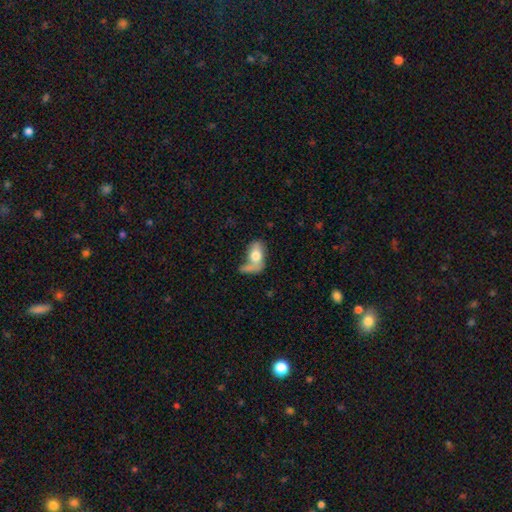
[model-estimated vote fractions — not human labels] Smooth or featured? Predicted: smooth (p=0.64). How rounded? Predicted: in between (p=0.85). Merging? Predicted: merger (p=0.28).